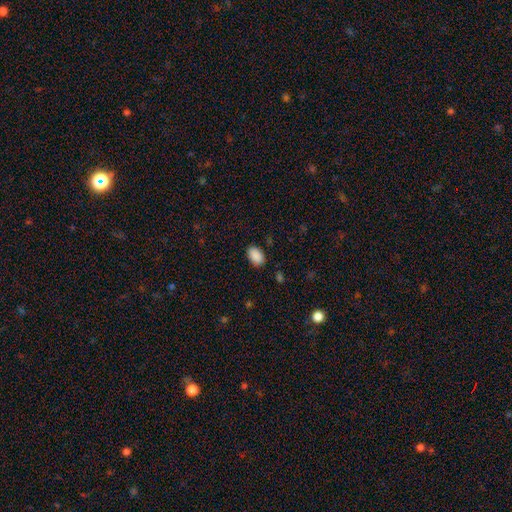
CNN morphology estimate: Overall: smooth (90%). How rounded: in between (90%). Merging: none (87%).